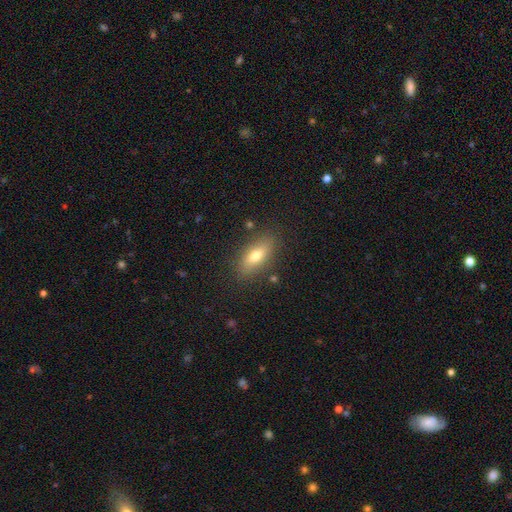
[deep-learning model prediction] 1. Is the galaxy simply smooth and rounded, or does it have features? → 70% smooth, 22% featured or disk, 8% star or artifact.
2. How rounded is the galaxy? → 75% in between, 21% cigar-shaped, 4% round.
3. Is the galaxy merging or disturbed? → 84% none, 11% minor disturbance, 3% major disturbance, 2% merger.